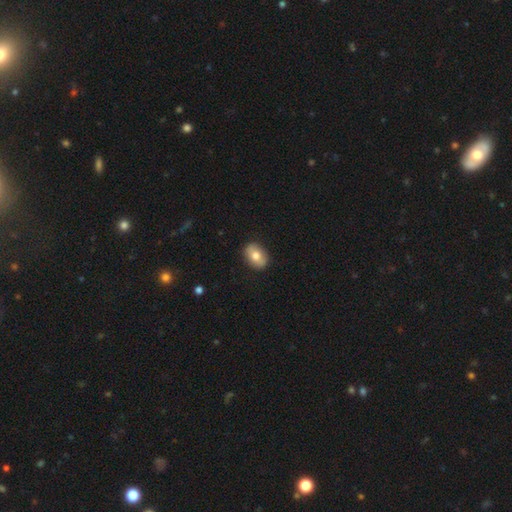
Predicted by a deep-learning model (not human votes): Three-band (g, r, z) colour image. It shows a smooth galaxy with no disk features (75%) that is in between round and cigar-shaped (80%). Merging: none (88%).